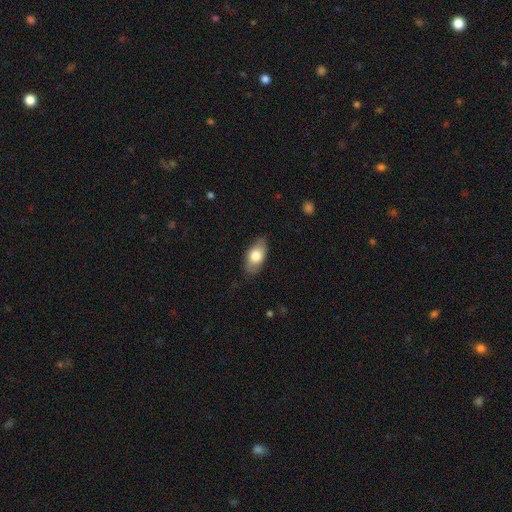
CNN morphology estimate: A smooth galaxy with no disk features (73%) that is in between round and cigar-shaped (91%). Merging: none (81%).